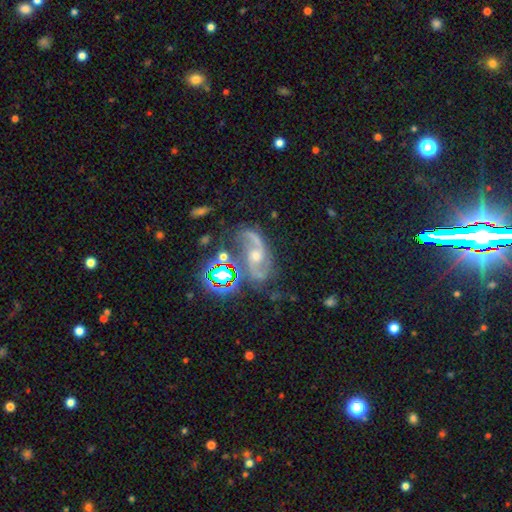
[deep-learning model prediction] Smooth or featured: featured or disk — 81% (star or artifact — 12%)
Edge-on disk: no — 96% (yes — 4%)
Bar: no — 54% (weak — 33%)
Spiral arms: yes — 96% (no — 4%)
Spiral winding: loose — 46% (medium — 42%)
Spiral arm count: 2 — 89% (can't tell — 3%)
Bulge size: moderate — 57% (small — 37%)
Merging: none — 60% (minor disturbance — 20%)